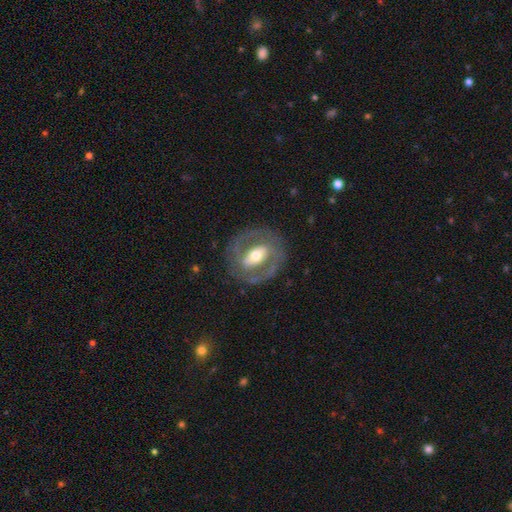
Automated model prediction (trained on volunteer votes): This appears to be a featured or disk galaxy (75%) with a strong bar (39%), spiral arms (65%) and a moderate central bulge (65%). Merging: none (79%).